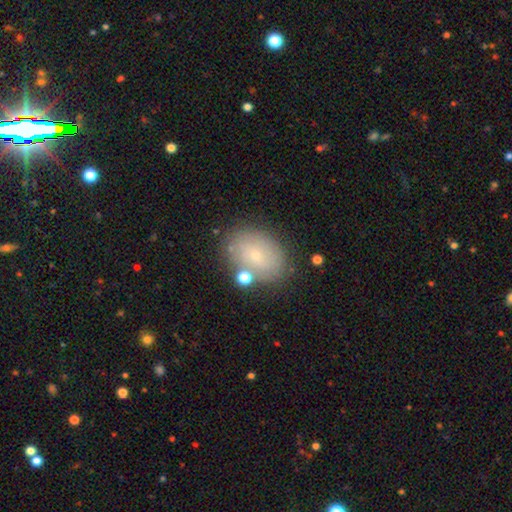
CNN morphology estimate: Smooth or featured?
  - smooth: 59% *
  - featured or disk: 31%
  - star or artifact: 10%
How rounded?
  - in between: 70% *
  - round: 28%
  - cigar-shaped: 1%
Merging?
  - none: 74% *
  - minor disturbance: 15%
  - merger: 6%
  - major disturbance: 5%